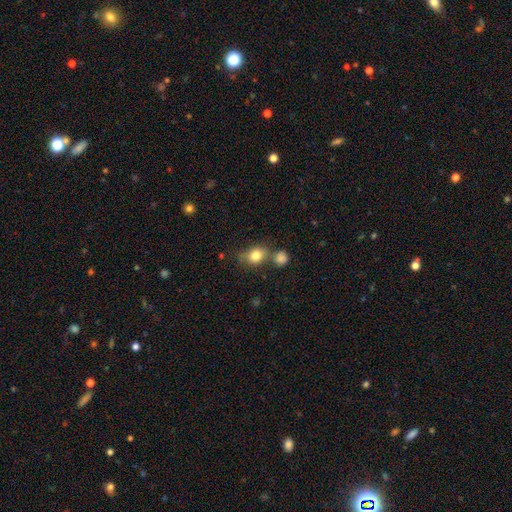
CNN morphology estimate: Smooth or featured: smooth — 80% (featured or disk — 10%)
How rounded: round — 52% (in between — 46%)
Merging: none — 54% (merger — 23%)